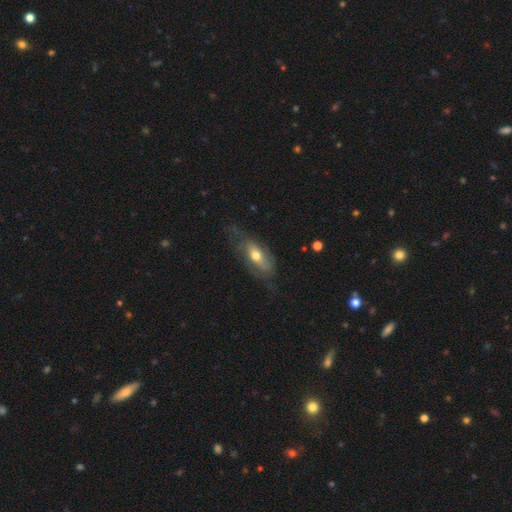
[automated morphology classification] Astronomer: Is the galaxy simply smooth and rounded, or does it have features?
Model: featured or disk — 53% (runner-up: smooth, 41%).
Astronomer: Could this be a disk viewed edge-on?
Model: no — 77%.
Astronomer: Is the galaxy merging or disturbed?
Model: none — 54%.